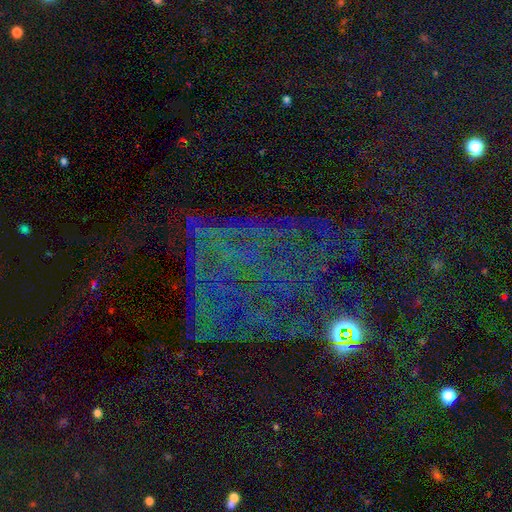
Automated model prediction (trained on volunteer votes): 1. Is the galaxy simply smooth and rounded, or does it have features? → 61% star or artifact, 23% featured or disk, 16% smooth.